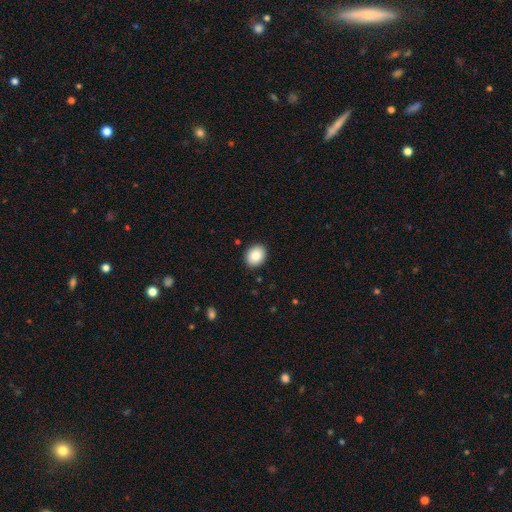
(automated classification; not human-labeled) Smooth or featured? smooth (87%)
How rounded? round (51%)
Merging? none (91%)